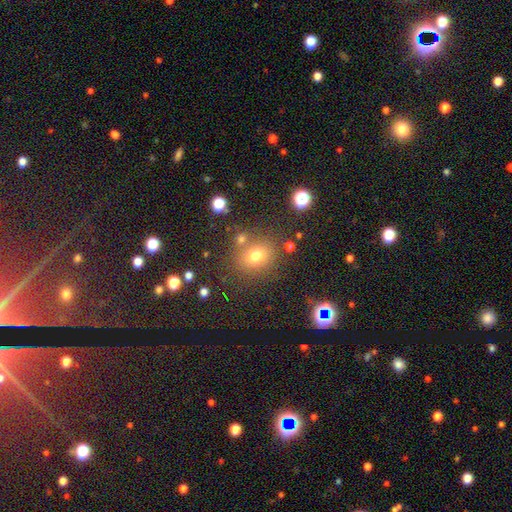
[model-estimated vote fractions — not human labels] A smooth galaxy with no disk features (72%) that is round (65%).

Vote fractions:
- Smooth or featured? smooth: 72% / star or artifact: 18% / featured or disk: 10%
- How rounded? round: 65% / in between: 34% / cigar-shaped: 1%
- Merging? none: 73% / minor disturbance: 11% / merger: 10% / major disturbance: 5%